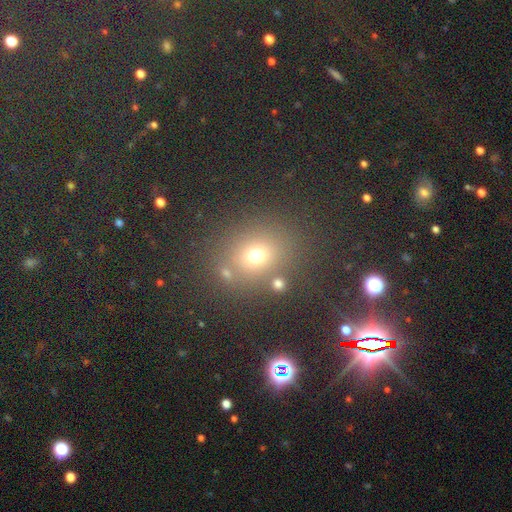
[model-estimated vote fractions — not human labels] This is likely a smooth galaxy (67%). How rounded: likely round (65%). Merging: likely none (76%).